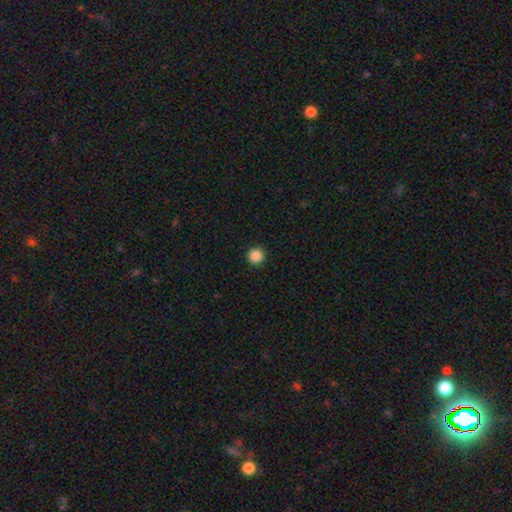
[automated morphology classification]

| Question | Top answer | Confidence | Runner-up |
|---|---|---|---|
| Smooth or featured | smooth | 87% | star or artifact (10%) |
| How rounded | round | 96% | in between (3%) |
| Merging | none | 93% | minor disturbance (4%) |